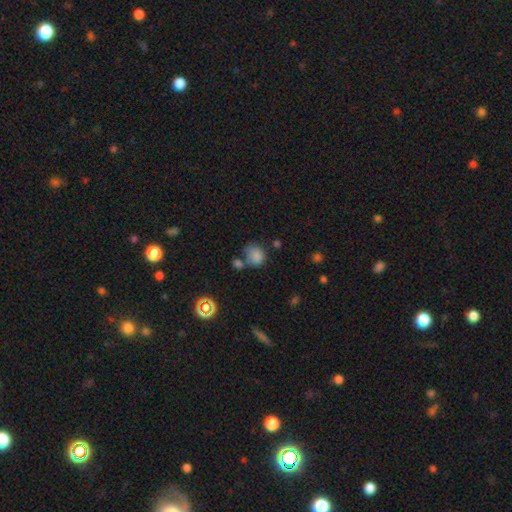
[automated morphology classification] Smooth or featured?
  - smooth: 78% *
  - star or artifact: 13%
  - featured or disk: 9%
How rounded?
  - round: 61% *
  - in between: 38%
  - cigar-shaped: 1%
Merging?
  - none: 42% *
  - merger: 23%
  - minor disturbance: 22%
  - major disturbance: 12%